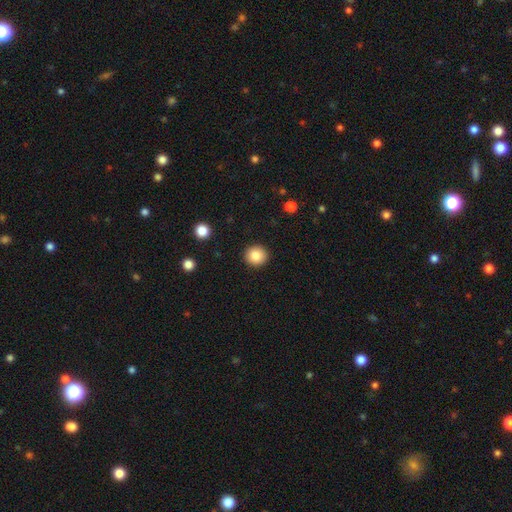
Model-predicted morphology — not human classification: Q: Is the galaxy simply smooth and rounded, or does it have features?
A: smooth — 85%.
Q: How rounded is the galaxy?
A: round — 92%.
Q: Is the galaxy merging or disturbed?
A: none — 92%.